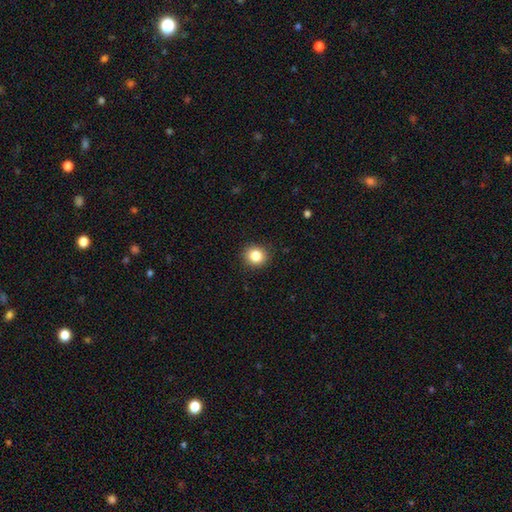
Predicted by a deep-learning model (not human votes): This appears to be a smooth galaxy with no disk features (84%) that is round (87%). Merging: none (91%).